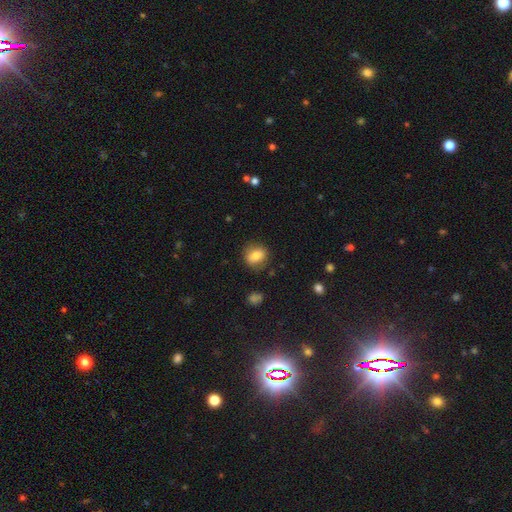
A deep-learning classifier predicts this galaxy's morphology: smooth-or-featured: smooth: 76% | featured or disk: 15% | star or artifact: 9%
  how-rounded: round: 53% | in between: 45% | cigar-shaped: 2%
  merging: none: 80% | minor disturbance: 13% | major disturbance: 4% | merger: 2%